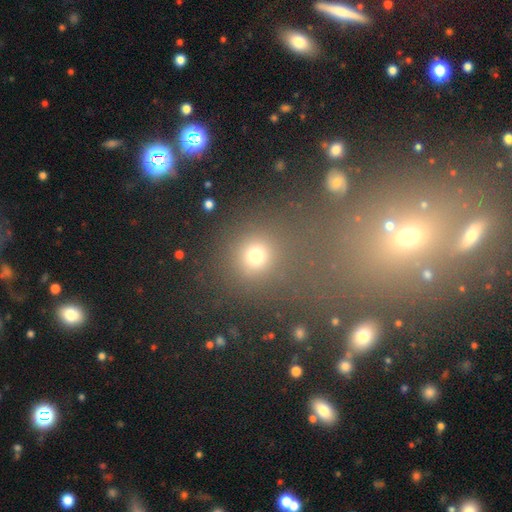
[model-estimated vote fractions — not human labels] smooth_or_featured: smooth (p=0.70) [alt: star or artifact p=0.21]
how_rounded: round (p=0.86) [alt: in between p=0.13]
merging: none (p=0.72) [alt: merger p=0.12]